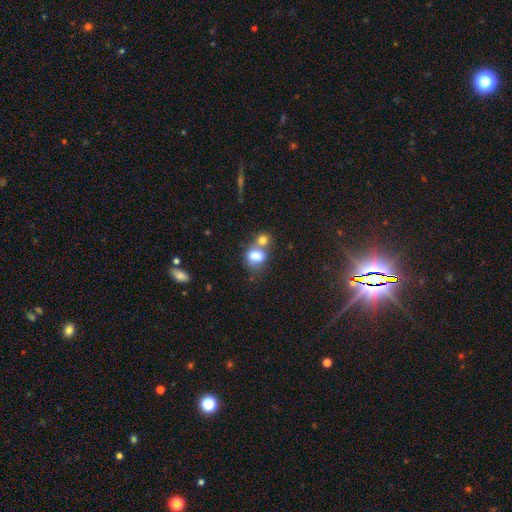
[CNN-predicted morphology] smooth_or_featured: smooth (p=0.75) [alt: featured or disk p=0.15]
how_rounded: in between (p=0.58) [alt: round p=0.40]
merging: merger (p=0.56) [alt: none p=0.27]